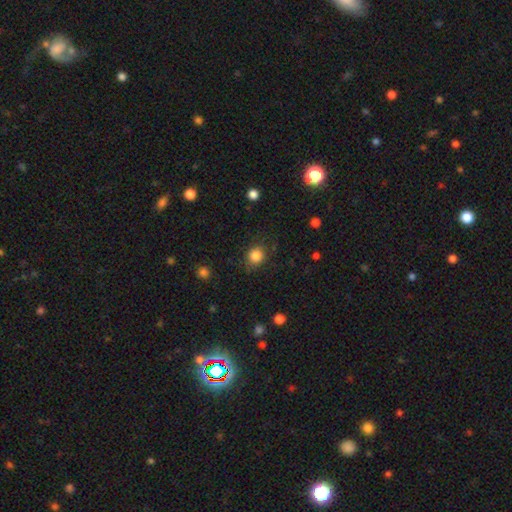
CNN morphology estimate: Q: Smooth or featured?
A: smooth (84%); runner-up: star or artifact (11%)
Q: How rounded?
A: round (79%); runner-up: in between (20%)
Q: Merging?
A: none (80%); runner-up: minor disturbance (14%)